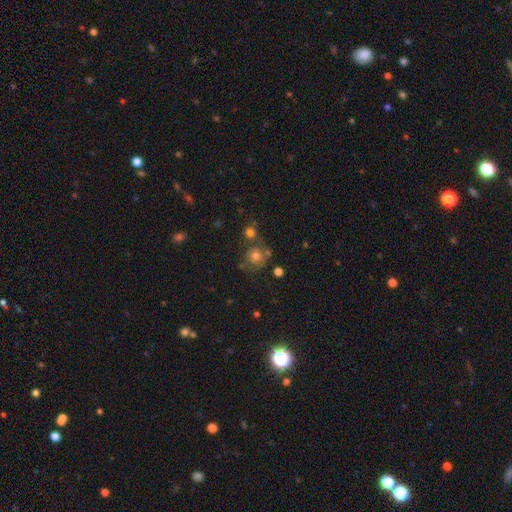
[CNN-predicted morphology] smooth 47%, star or artifact 34%, featured or disk 19%. Down the decision tree: merging — none (68%).